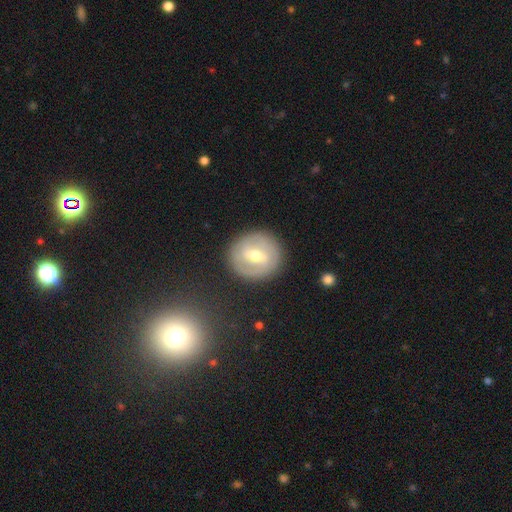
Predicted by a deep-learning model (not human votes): Smooth or featured?
  - featured or disk: 68% *
  - smooth: 25%
  - star or artifact: 7%
Edge-on disk?
  - no: 95% *
  - yes: 5%
Bar?
  - weak: 51% *
  - strong: 36%
  - no: 14%
Spiral arms?
  - yes: 70% *
  - no: 30%
Bulge size?
  - moderate: 70% *
  - small: 24%
  - large: 4%
  - none: 1%
  - dominant: 1%
Merging?
  - none: 86% *
  - minor disturbance: 9%
  - major disturbance: 3%
  - merger: 1%